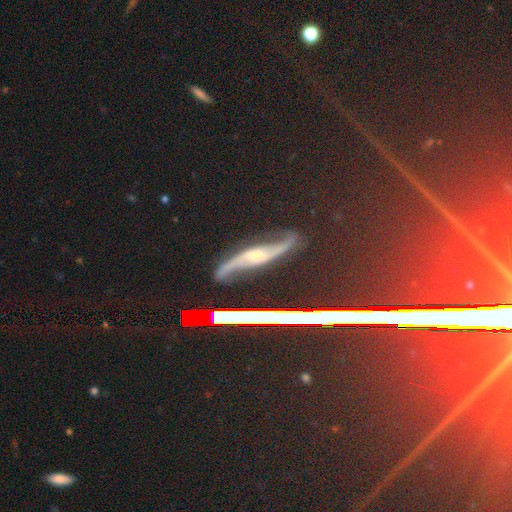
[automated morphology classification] This appears to be a featured or disk galaxy (73%) with no bar (50%), 2 (94%) loose (67%) spiral arms (94%) and a moderate central bulge (50%). Merging: none (75%).